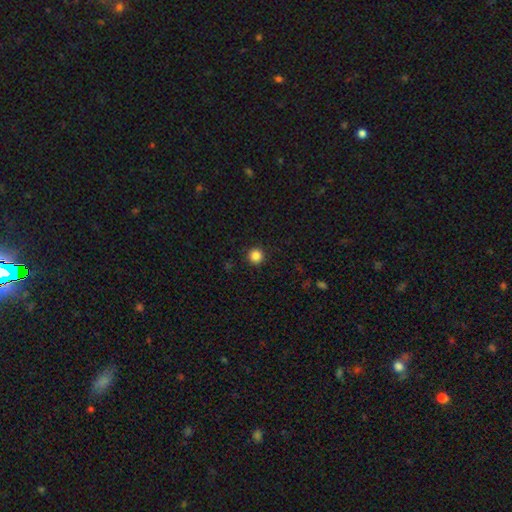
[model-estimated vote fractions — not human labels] A smooth galaxy with no disk features (85%) that is round (96%).

Vote fractions:
- Smooth or featured? smooth: 85% / star or artifact: 11% / featured or disk: 3%
- How rounded? round: 96% / in between: 3% / cigar-shaped: 1%
- Merging? none: 93% / minor disturbance: 5% / major disturbance: 2% / merger: 1%